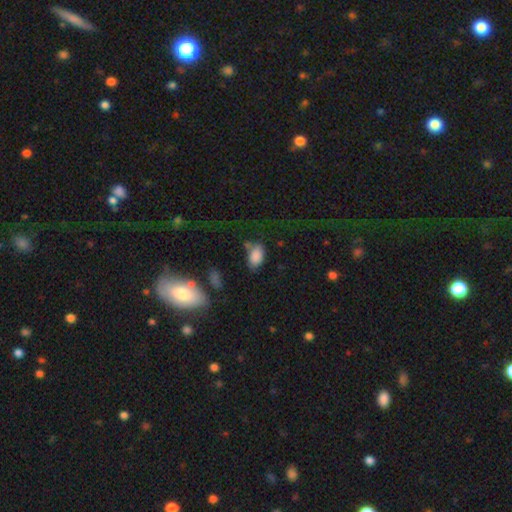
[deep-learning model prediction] Overall: smooth (85%). How rounded: in between (90%). Merging: none (58%; minor disturbance 25%).